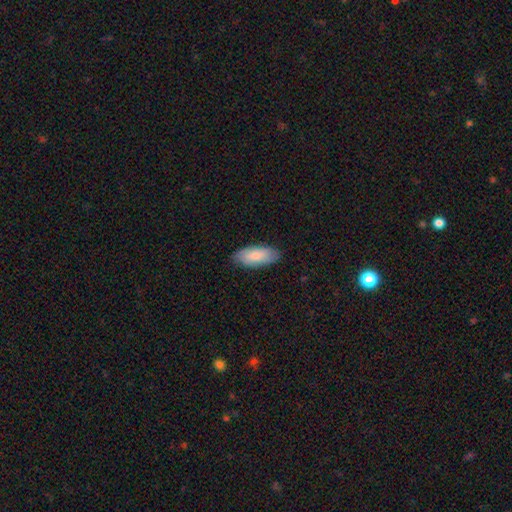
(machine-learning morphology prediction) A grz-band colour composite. It shows a smooth galaxy with no disk features (83%) that is in between round and cigar-shaped (84%). Merging: none (85%).